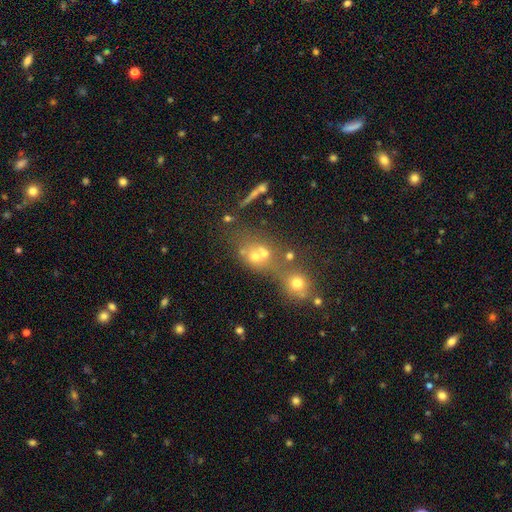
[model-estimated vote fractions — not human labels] A smooth galaxy with no disk features (54%) that is round (63%).

Vote fractions:
- Smooth or featured? smooth: 54% / star or artifact: 24% / featured or disk: 22%
- How rounded? round: 63% / in between: 33% / cigar-shaped: 4%
- Merging? merger: 48% / none: 36% / minor disturbance: 9% / major disturbance: 7%